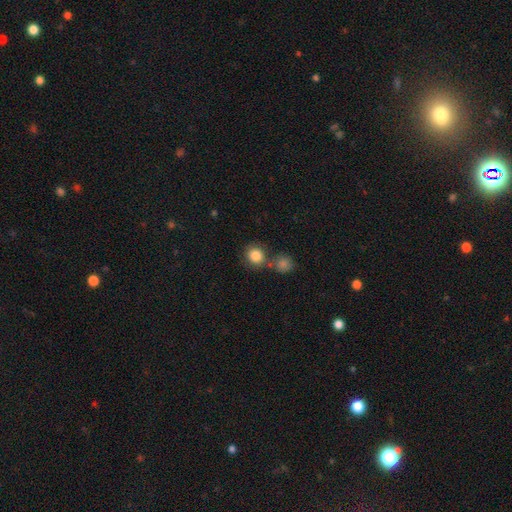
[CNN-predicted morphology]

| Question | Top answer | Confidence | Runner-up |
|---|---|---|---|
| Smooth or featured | smooth | 85% | star or artifact (9%) |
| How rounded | round | 86% | in between (13%) |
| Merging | none | 62% | merger (24%) |